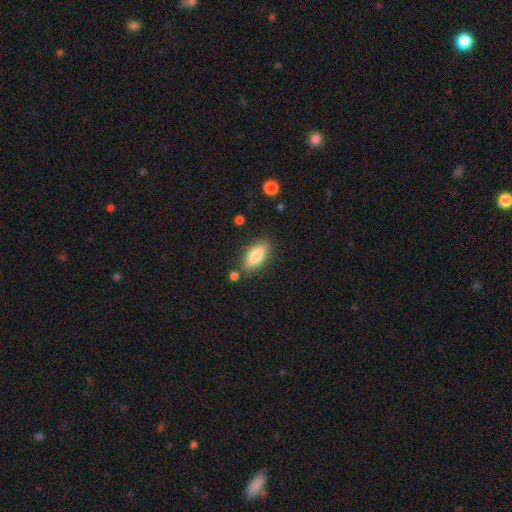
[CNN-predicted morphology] Smooth or featured?
  - smooth: 80% *
  - featured or disk: 14%
  - star or artifact: 7%
How rounded?
  - in between: 81% *
  - cigar-shaped: 16%
  - round: 3%
Merging?
  - none: 81% *
  - minor disturbance: 11%
  - merger: 5%
  - major disturbance: 3%